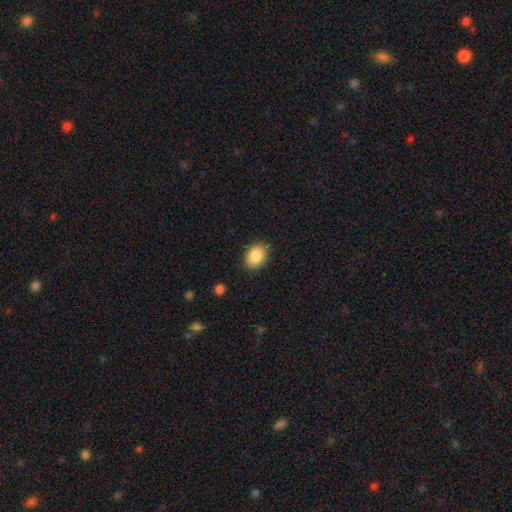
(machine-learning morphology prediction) Smooth or featured?
  - smooth: 87% *
  - star or artifact: 7%
  - featured or disk: 6%
How rounded?
  - in between: 80% *
  - round: 19%
  - cigar-shaped: 1%
Merging?
  - none: 86% *
  - minor disturbance: 10%
  - major disturbance: 2%
  - merger: 1%